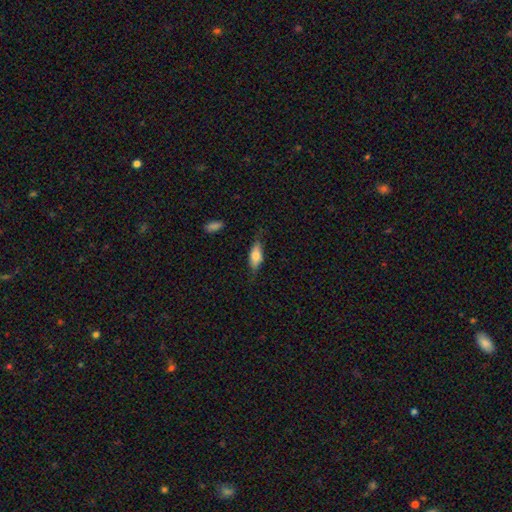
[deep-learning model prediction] This is likely a smooth galaxy (68%). How rounded: likely in between (72%). Merging: likely none (73%).